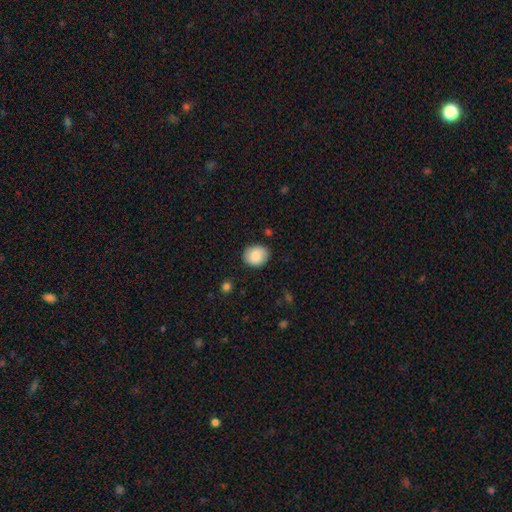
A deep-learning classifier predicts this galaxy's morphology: The model was most divided on "how rounded": round: 64%, in between: 35%, cigar-shaped: 1%. More confident: smooth or featured — smooth (85%); merging — none (82%).